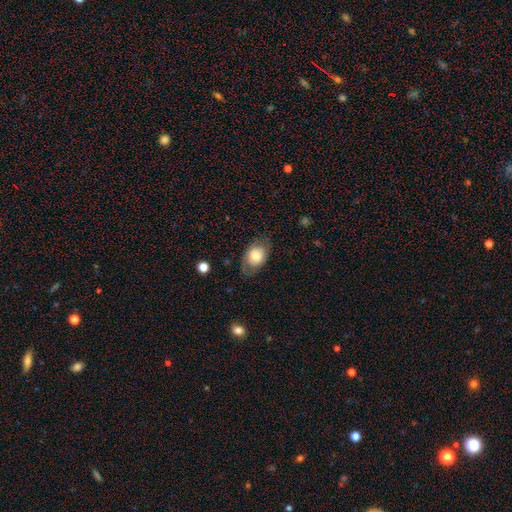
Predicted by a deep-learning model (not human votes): Smooth or featured? Predicted: smooth (p=0.68). How rounded? Predicted: in between (p=0.69). Merging? Predicted: none (p=0.69).